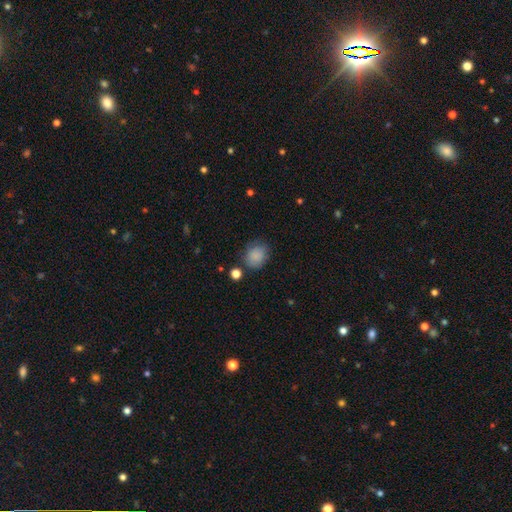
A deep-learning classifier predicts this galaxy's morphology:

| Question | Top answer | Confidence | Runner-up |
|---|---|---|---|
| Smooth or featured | smooth | 84% | star or artifact (9%) |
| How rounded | round | 67% | in between (33%) |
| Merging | none | 71% | minor disturbance (19%) |